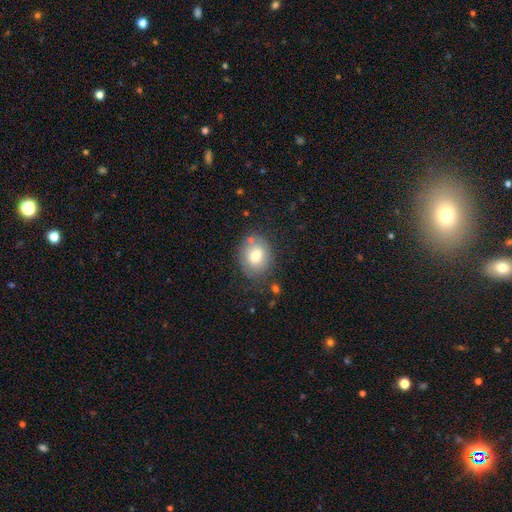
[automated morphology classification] A smooth galaxy with no disk features (75%) that is round (57%). Merging: none (75%).